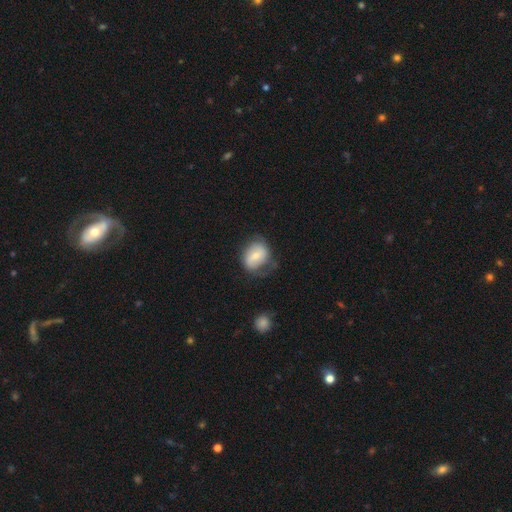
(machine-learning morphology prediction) Smooth or featured?
  - smooth: 54% *
  - featured or disk: 40%
  - star or artifact: 7%
How rounded?
  - in between: 53% *
  - round: 45%
  - cigar-shaped: 1%
Merging?
  - none: 50% *
  - minor disturbance: 30%
  - major disturbance: 17%
  - merger: 2%